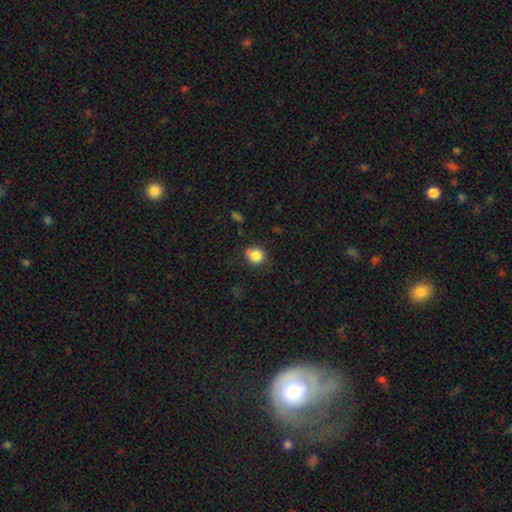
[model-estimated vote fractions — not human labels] Morphology: type=smooth (84%); roundness=round (80%); merging=none (69%).